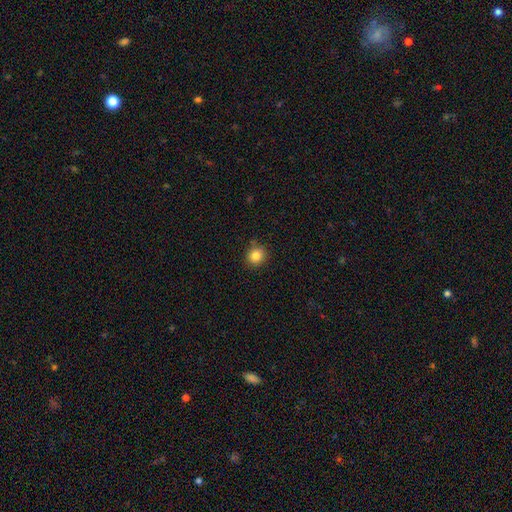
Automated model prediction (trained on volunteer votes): Overall: smooth (84%). How rounded: round (84%). Merging: none (86%).